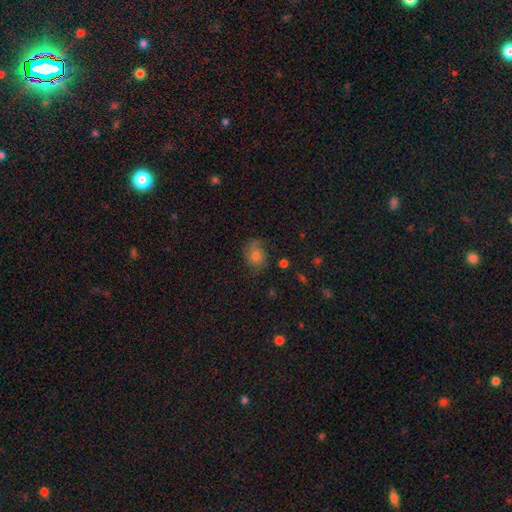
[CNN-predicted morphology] smooth-or-featured: smooth: 51% | featured or disk: 35% | star or artifact: 15%
  how-rounded: round: 52% | in between: 47% | cigar-shaped: 1%
  merging: none: 63% | minor disturbance: 24% | major disturbance: 11% | merger: 2%